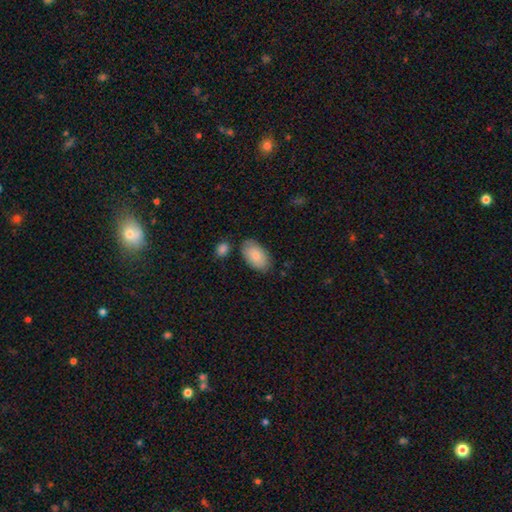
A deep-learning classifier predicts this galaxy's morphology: type=smooth (86%); roundness=in between (95%); merging=none (78%).